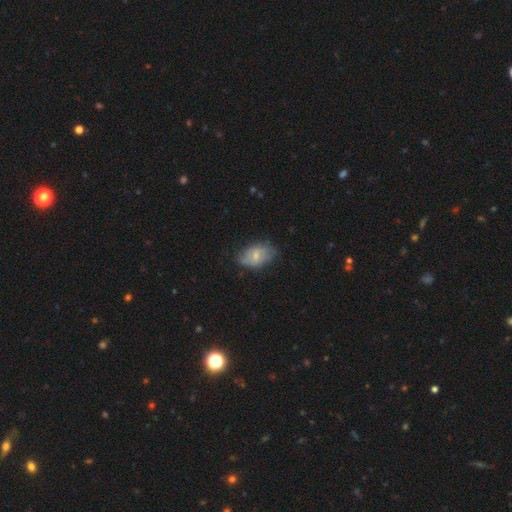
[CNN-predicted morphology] Overall: smooth (51%; featured or disk 42%). How rounded: in between (88%). Merging: none (63%; minor disturbance 28%).